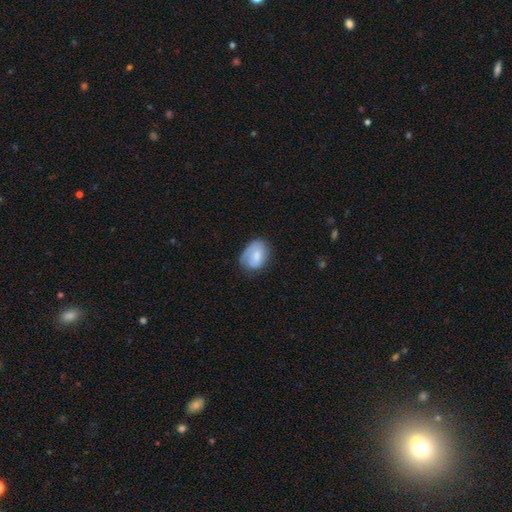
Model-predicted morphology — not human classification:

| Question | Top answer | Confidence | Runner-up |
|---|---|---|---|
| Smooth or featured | smooth | 67% | featured or disk (27%) |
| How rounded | in between | 69% | round (30%) |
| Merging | none | 57% | minor disturbance (29%) |